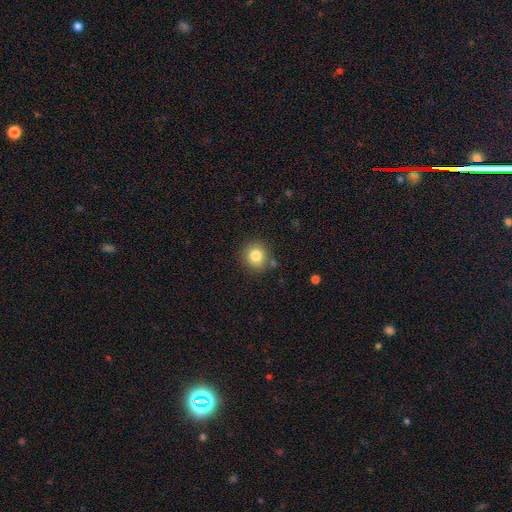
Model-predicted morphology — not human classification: Overall: smooth (82%). How rounded: round (90%). Merging: none (84%).